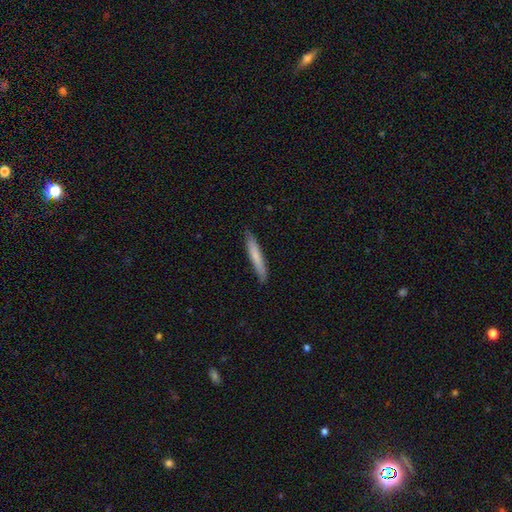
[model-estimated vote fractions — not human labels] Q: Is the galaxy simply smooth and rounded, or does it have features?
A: smooth — 75%.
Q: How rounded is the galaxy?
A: cigar-shaped — 94%.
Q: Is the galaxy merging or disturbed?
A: none — 89%.